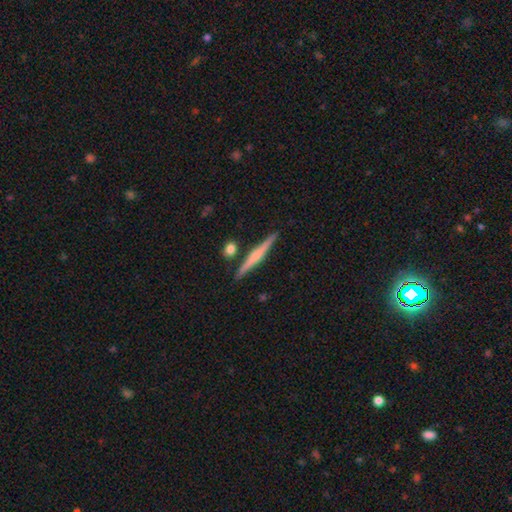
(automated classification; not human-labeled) This appears to be a featured or disk galaxy (58%) viewed edge-on (98%) with a rounded central bulge (59%). Merging: none (87%).